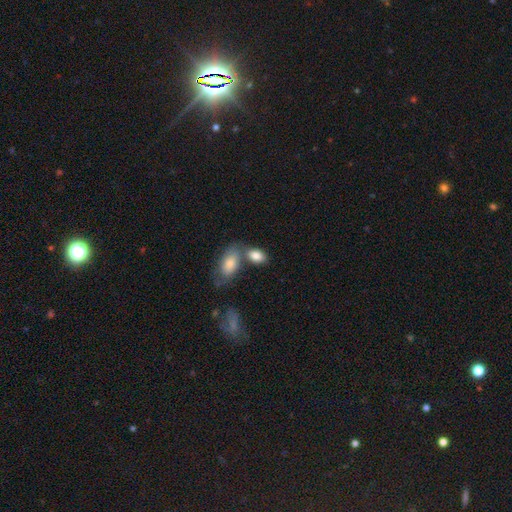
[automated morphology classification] Smooth or featured? Predicted: smooth (p=0.85). How rounded? Predicted: in between (p=0.90). Merging? Predicted: none (p=0.48).